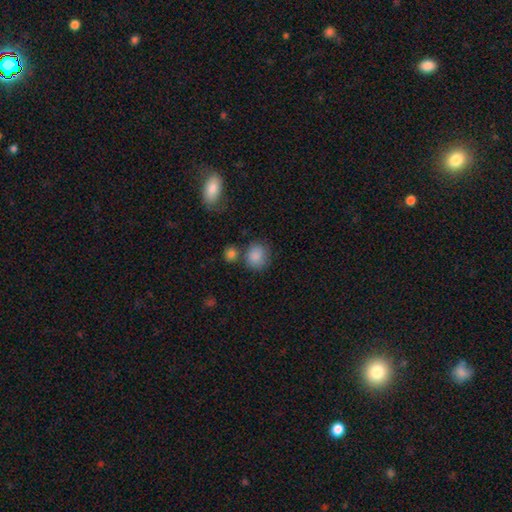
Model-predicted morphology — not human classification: Overall: smooth (86%). How rounded: round (74%). Merging: none (69%).